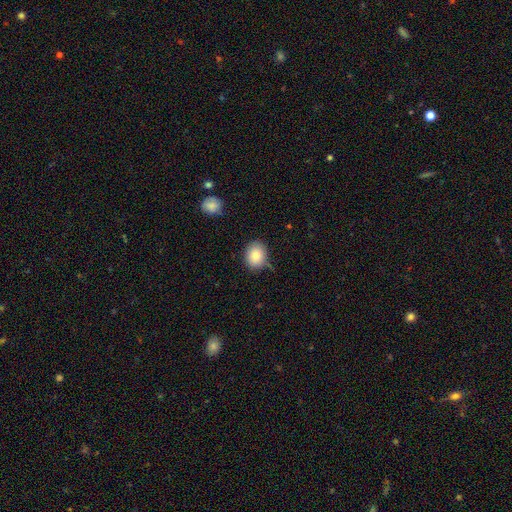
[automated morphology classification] This is clearly a smooth galaxy (85%). How rounded: possibly in between (50%). Merging: likely none (77%).